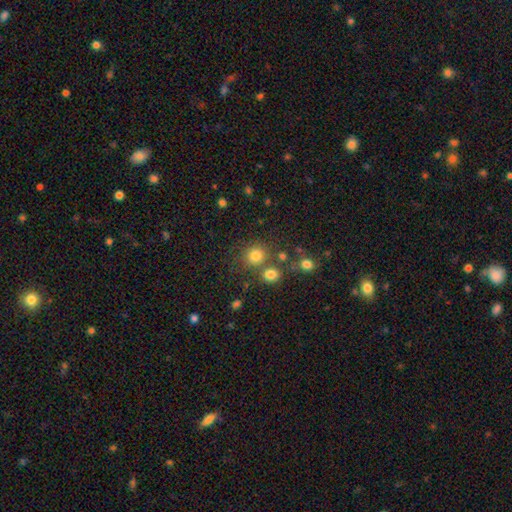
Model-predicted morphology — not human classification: A smooth galaxy with no disk features (79%) that is round (82%).

Vote fractions:
- Smooth or featured? smooth: 79% / star or artifact: 14% / featured or disk: 7%
- How rounded? round: 82% / in between: 17% / cigar-shaped: 1%
- Merging? none: 66% / merger: 19% / minor disturbance: 10% / major disturbance: 5%